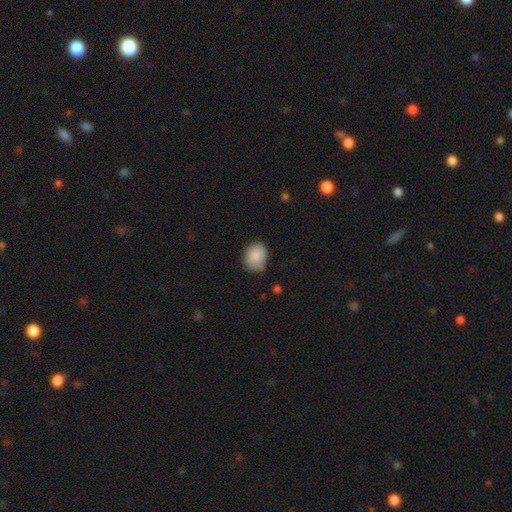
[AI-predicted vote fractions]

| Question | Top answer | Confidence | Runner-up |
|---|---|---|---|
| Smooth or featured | smooth | 87% | star or artifact (8%) |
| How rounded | round | 51% | in between (48%) |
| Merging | none | 64% | minor disturbance (29%) |